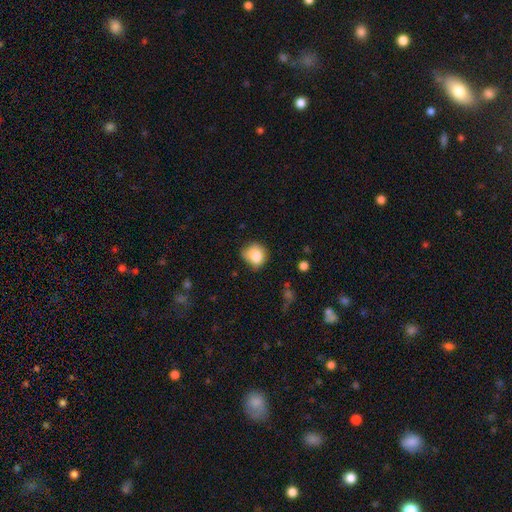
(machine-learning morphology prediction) This is clearly a smooth galaxy (82%). How rounded: likely round (73%). Merging: possibly none (59%).